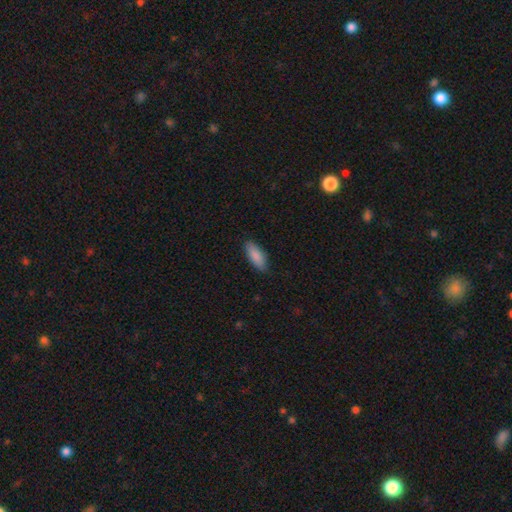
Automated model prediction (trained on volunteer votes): The model was most divided on "how rounded": in between: 75%, cigar-shaped: 23%, round: 2%. More confident: smooth or featured — smooth (88%); merging — none (86%).